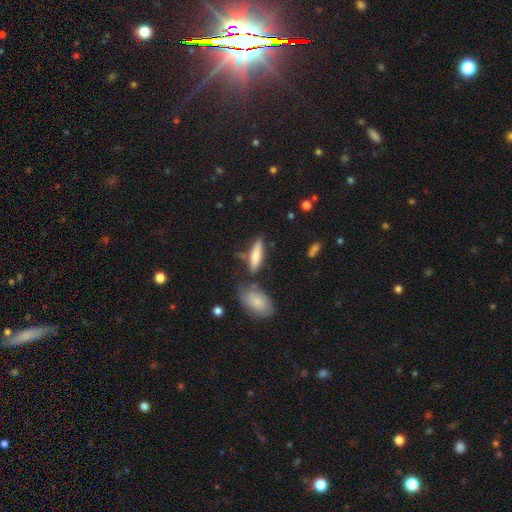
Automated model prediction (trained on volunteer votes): smooth_or_featured: smooth (p=0.70) [alt: featured or disk p=0.23]
how_rounded: cigar-shaped (p=0.60) [alt: in between p=0.37]
merging: none (p=0.64) [alt: minor disturbance p=0.17]